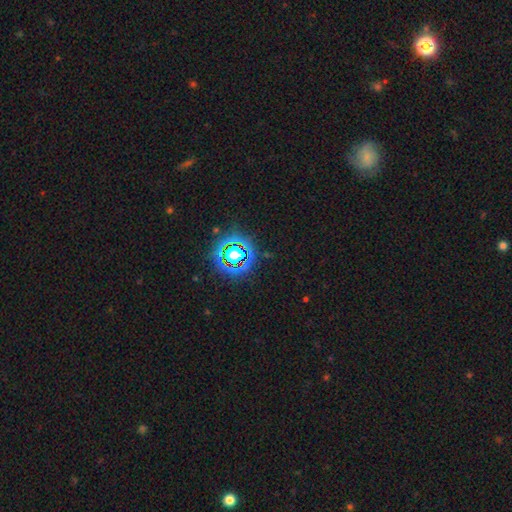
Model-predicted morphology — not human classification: The model was most divided on "smooth or featured": star or artifact: 80%, smooth: 12%, featured or disk: 8%.